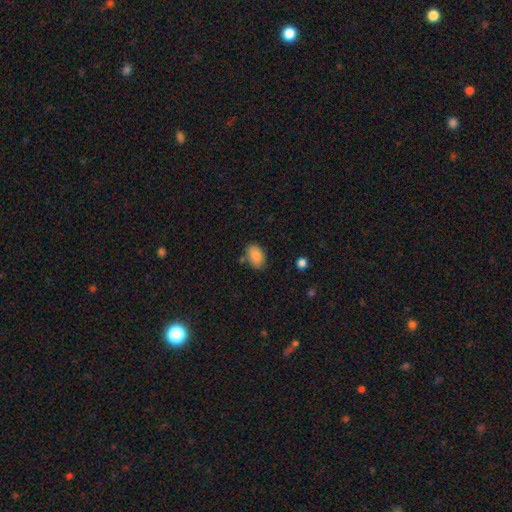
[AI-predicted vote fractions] Smooth or featured? Predicted: smooth (p=0.87). How rounded? Predicted: in between (p=0.89). Merging? Predicted: none (p=0.72).